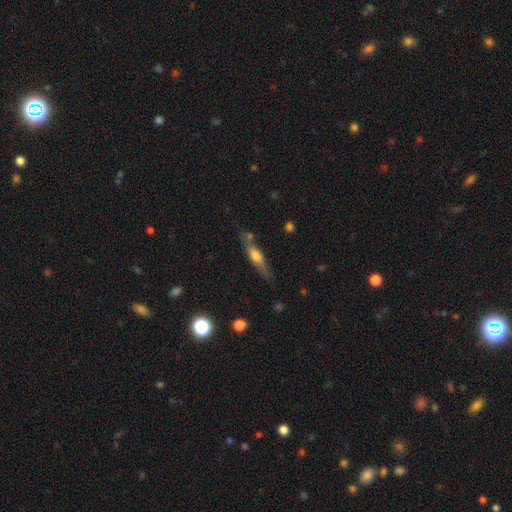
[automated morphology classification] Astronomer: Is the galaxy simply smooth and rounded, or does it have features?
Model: smooth — 47% (runner-up: featured or disk, 46%).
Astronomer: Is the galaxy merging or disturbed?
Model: none — 68%.